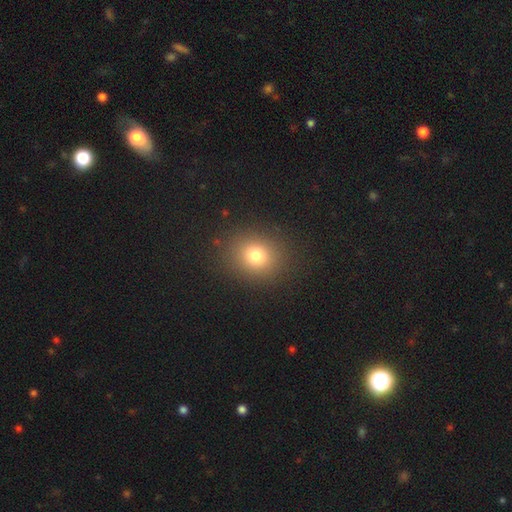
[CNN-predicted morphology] smooth-or-featured: smooth: 76% | star or artifact: 15% | featured or disk: 9%
  how-rounded: round: 68% | in between: 31% | cigar-shaped: 1%
  merging: none: 87% | minor disturbance: 8% | major disturbance: 4% | merger: 1%